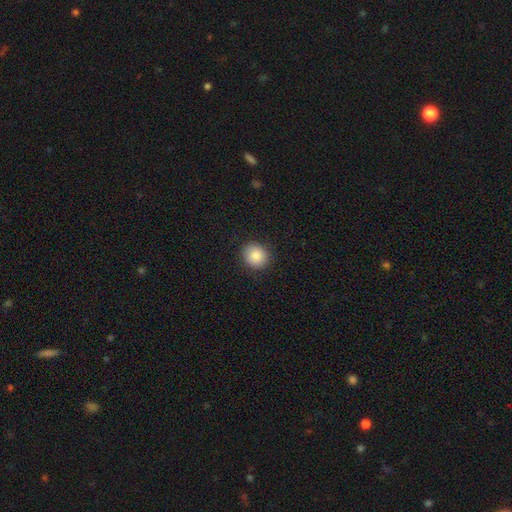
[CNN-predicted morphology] smooth-or-featured: smooth: 87% | star or artifact: 8% | featured or disk: 4%
  how-rounded: round: 84% | in between: 15% | cigar-shaped: 1%
  merging: none: 90% | minor disturbance: 7% | major disturbance: 2% | merger: 1%